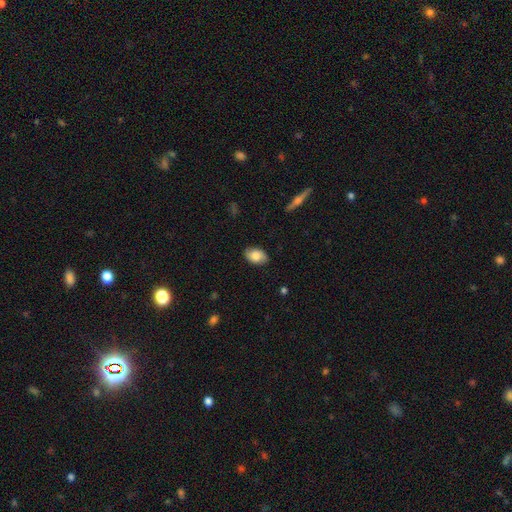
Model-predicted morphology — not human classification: Overall: smooth (76%). How rounded: in between (90%). Merging: none (84%).